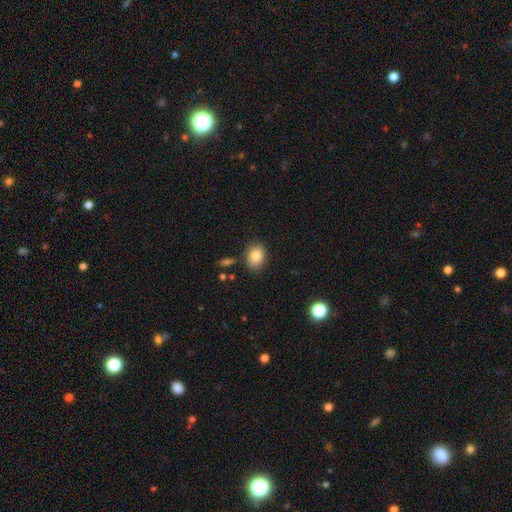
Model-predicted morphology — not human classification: smooth-or-featured: smooth: 85% | star or artifact: 8% | featured or disk: 7%
  how-rounded: in between: 67% | round: 32% | cigar-shaped: 1%
  merging: none: 80% | minor disturbance: 13% | merger: 4% | major disturbance: 3%